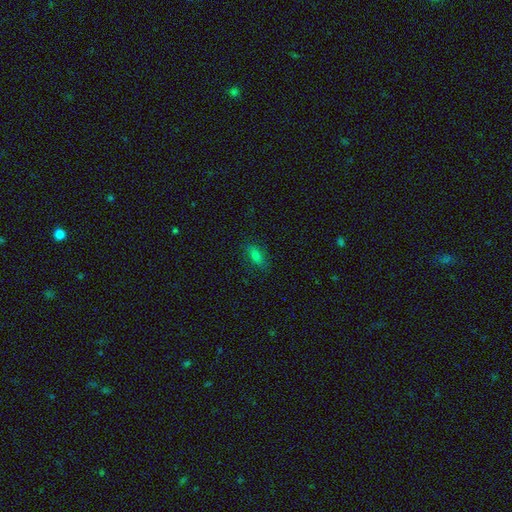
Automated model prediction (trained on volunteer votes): Smooth or featured? smooth (68%)
How rounded? in between (73%)
Merging? none (81%)